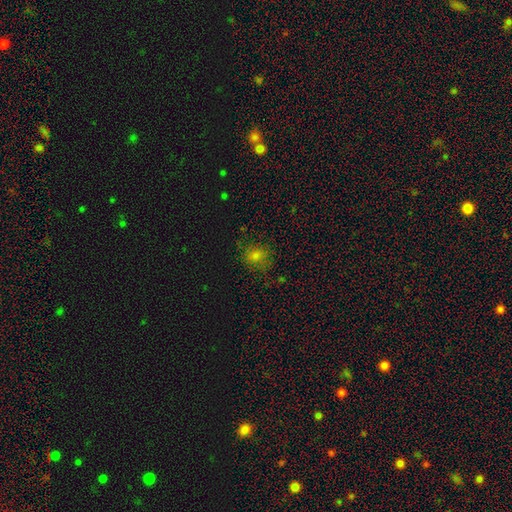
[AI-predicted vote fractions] Smooth or featured? smooth (71%)
How rounded? round (69%)
Merging? none (74%)